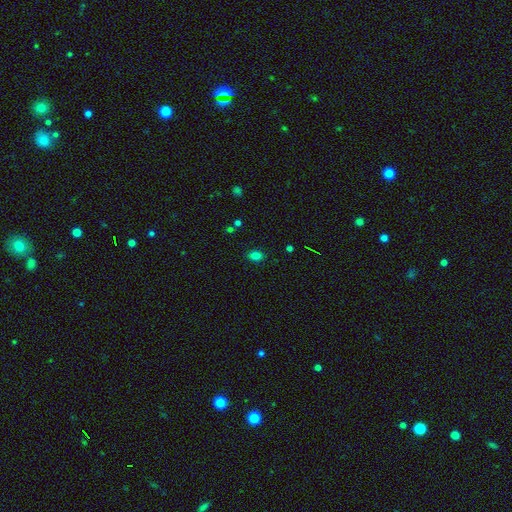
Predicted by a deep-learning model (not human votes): Smooth or featured?
  - smooth: 79% *
  - star or artifact: 16%
  - featured or disk: 5%
How rounded?
  - in between: 75% *
  - round: 23%
  - cigar-shaped: 2%
Merging?
  - none: 87% *
  - minor disturbance: 9%
  - major disturbance: 2%
  - merger: 2%